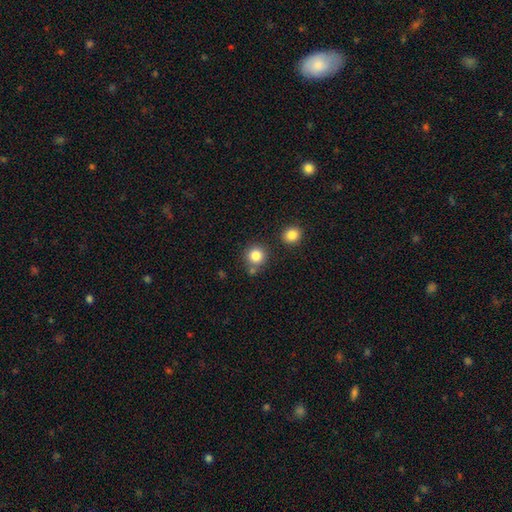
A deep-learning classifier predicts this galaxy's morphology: smooth-or-featured: smooth: 84% | star or artifact: 11% | featured or disk: 6%
  how-rounded: round: 92% | in between: 7% | cigar-shaped: 1%
  merging: none: 77% | merger: 11% | minor disturbance: 9% | major disturbance: 3%